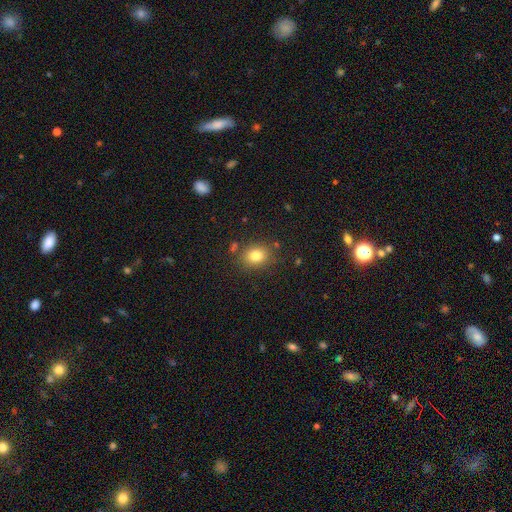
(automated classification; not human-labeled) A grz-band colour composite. It shows a smooth galaxy with no disk features (81%) that is round (56%). Merging: none (81%).